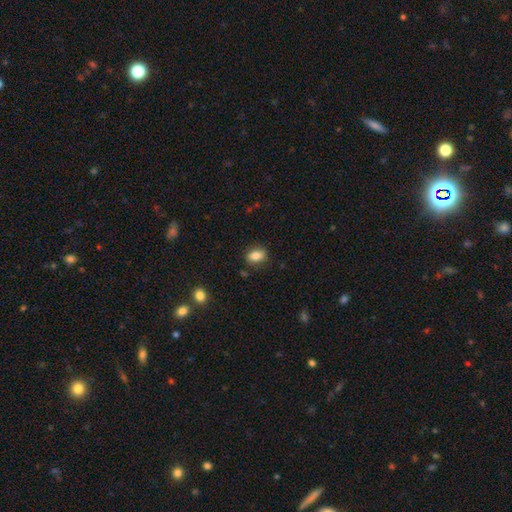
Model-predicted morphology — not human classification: smooth_or_featured: smooth (p=0.82) [alt: featured or disk p=0.09]
how_rounded: in between (p=0.80) [alt: round p=0.18]
merging: none (p=0.81) [alt: minor disturbance p=0.14]